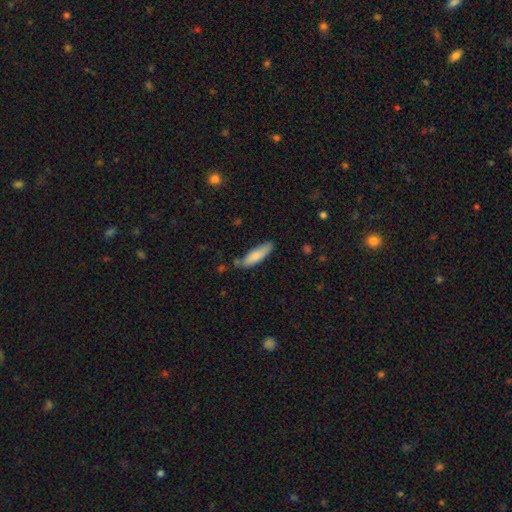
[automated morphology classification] smooth 81%, featured or disk 14%, star or artifact 6%. Down the decision tree: how rounded — cigar-shaped (61%); merging — none (71%).